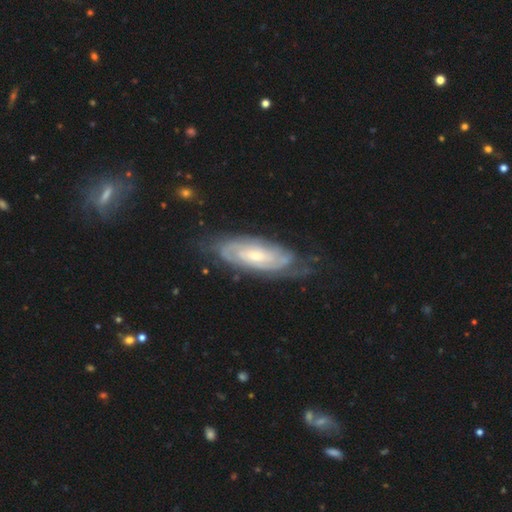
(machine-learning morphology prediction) Smooth or featured? featured or disk (83%)
Edge-on disk? no (90%)
Bar? no (60%)
Spiral arms? yes (95%)
Spiral winding? tight (74%)
Spiral arm count? can't tell (41%)
Bulge size? small (58%)
Merging? none (71%)